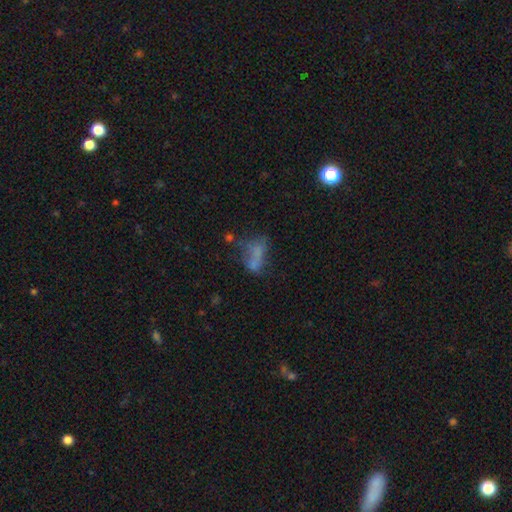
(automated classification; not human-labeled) This is possibly a smooth galaxy (54%). How rounded: likely in between (75%). Merging: marginally none (31%).